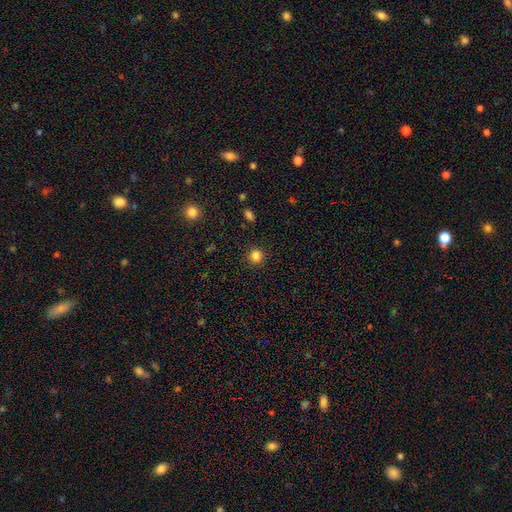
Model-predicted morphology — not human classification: This is clearly a smooth galaxy (84%). How rounded: clearly round (92%). Merging: clearly none (90%).